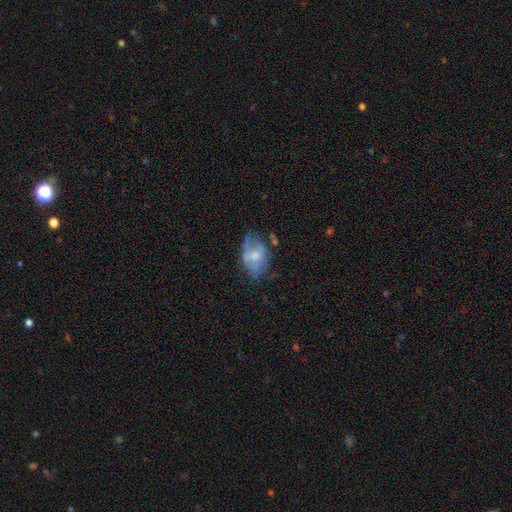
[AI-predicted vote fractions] This is possibly a featured or disk galaxy (47%). Merging: marginally none (41%).